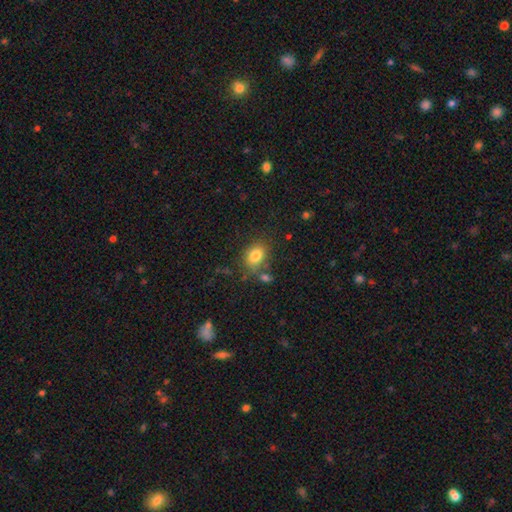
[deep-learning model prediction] smooth_or_featured: smooth (p=0.81) [alt: star or artifact p=0.10]
how_rounded: in between (p=0.69) [alt: round p=0.30]
merging: none (p=0.70) [alt: minor disturbance p=0.15]